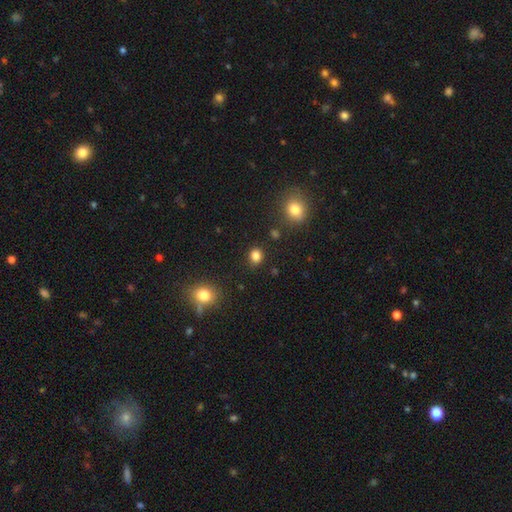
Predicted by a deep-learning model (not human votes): The model was most divided on "how rounded": round: 65%, in between: 34%, cigar-shaped: 1%. More confident: merging — none (85%); smooth or featured — smooth (83%).